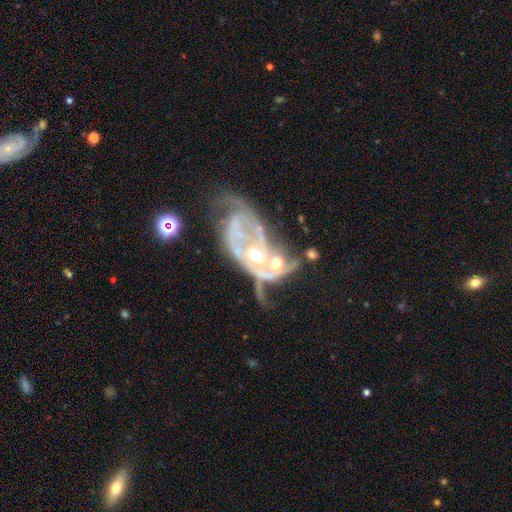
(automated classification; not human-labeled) This appears to be a featured or disk galaxy (78%) with no bar (80%), spiral arms (64%) and a moderate central bulge (62%). Merging: merger (58%).